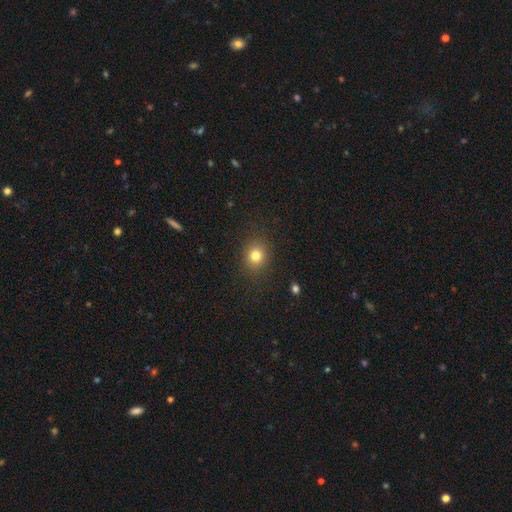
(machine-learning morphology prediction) smooth 80%, star or artifact 13%, featured or disk 7%. Down the decision tree: how rounded — round (68%); merging — none (86%).